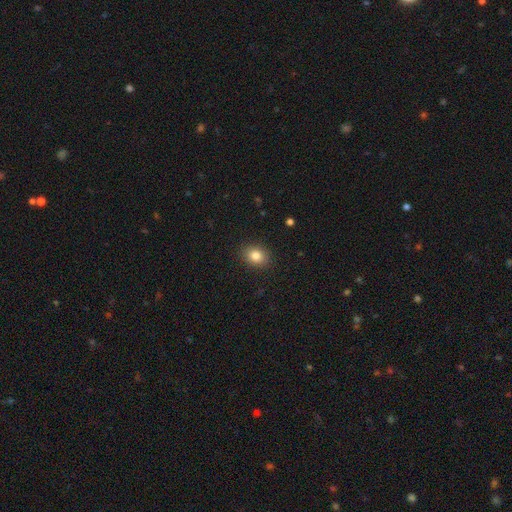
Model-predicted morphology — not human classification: Smooth or featured? smooth (84%)
How rounded? in between (56%)
Merging? none (89%)